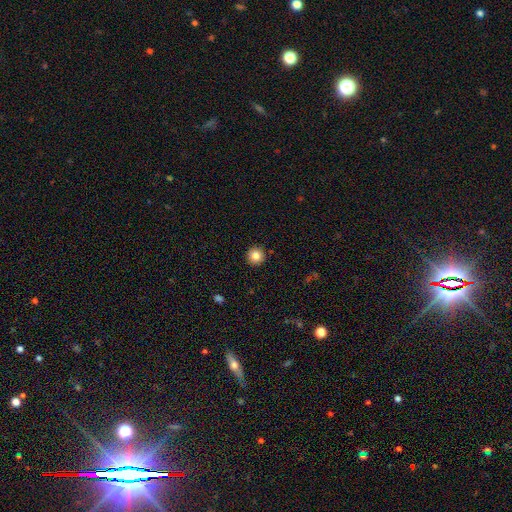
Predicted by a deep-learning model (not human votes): The model was most divided on "smooth or featured": smooth: 83%, star or artifact: 11%, featured or disk: 6%. More confident: how rounded — round (96%); merging — none (93%).